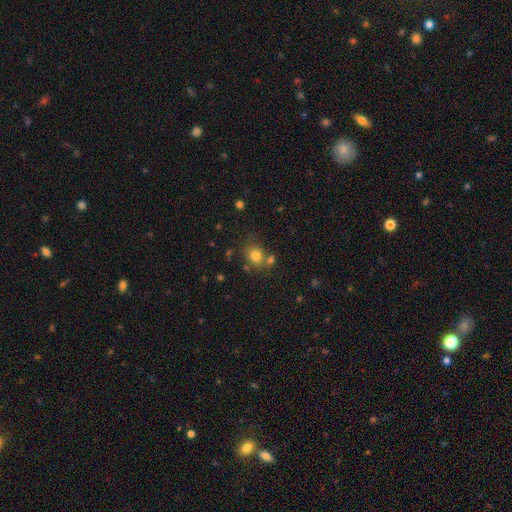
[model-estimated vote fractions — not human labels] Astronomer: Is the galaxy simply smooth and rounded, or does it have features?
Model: smooth — 79%.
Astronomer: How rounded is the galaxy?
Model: round — 66%.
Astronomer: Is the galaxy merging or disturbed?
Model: none — 64%.